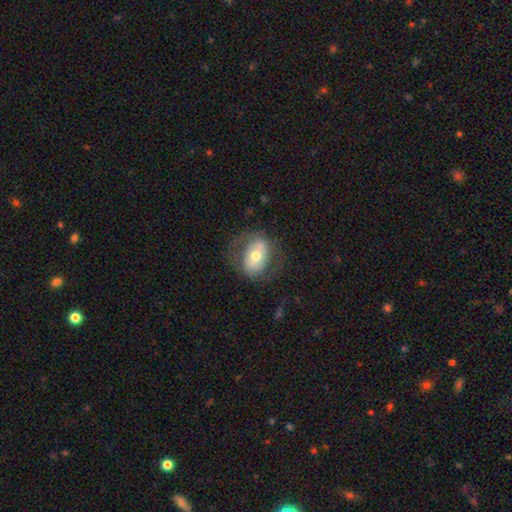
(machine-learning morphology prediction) type=smooth (47%); merging=none (67%).